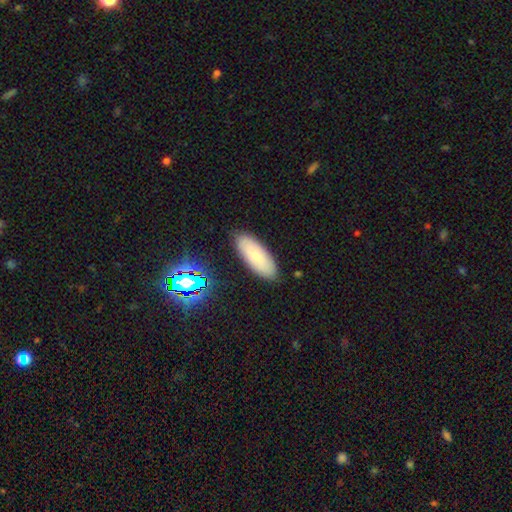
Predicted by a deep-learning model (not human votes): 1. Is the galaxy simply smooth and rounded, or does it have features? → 69% smooth, 21% featured or disk, 9% star or artifact.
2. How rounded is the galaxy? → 77% in between, 20% cigar-shaped, 2% round.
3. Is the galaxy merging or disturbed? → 87% none, 9% minor disturbance, 2% major disturbance, 1% merger.